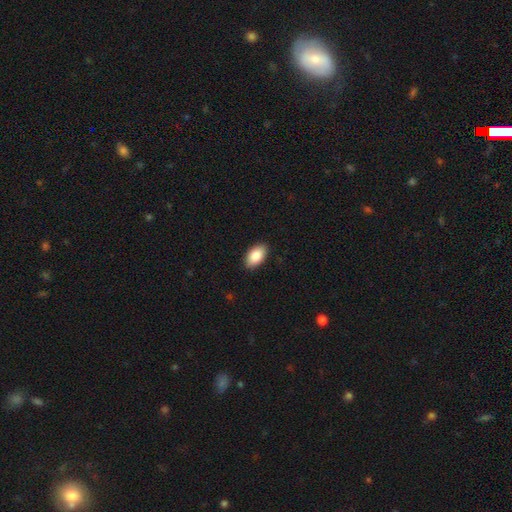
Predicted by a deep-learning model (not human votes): Smooth or featured?
  - smooth: 86% *
  - featured or disk: 7%
  - star or artifact: 6%
How rounded?
  - in between: 94% *
  - round: 4%
  - cigar-shaped: 2%
Merging?
  - none: 89% *
  - minor disturbance: 8%
  - major disturbance: 2%
  - merger: 1%